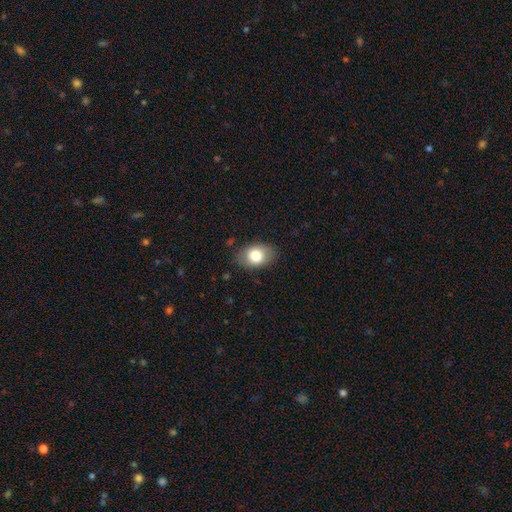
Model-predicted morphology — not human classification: Smooth or featured?
  - smooth: 78% *
  - featured or disk: 14%
  - star or artifact: 8%
How rounded?
  - in between: 78% *
  - round: 21%
  - cigar-shaped: 1%
Merging?
  - none: 81% *
  - minor disturbance: 14%
  - major disturbance: 3%
  - merger: 1%